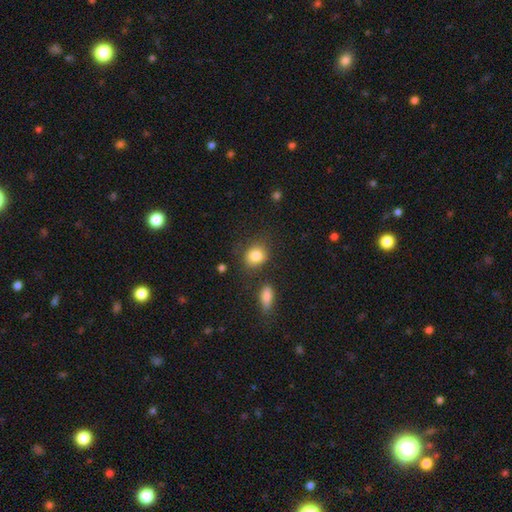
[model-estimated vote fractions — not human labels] This appears to be a smooth galaxy with no disk features (84%) that is round (64%). Merging: none (72%).